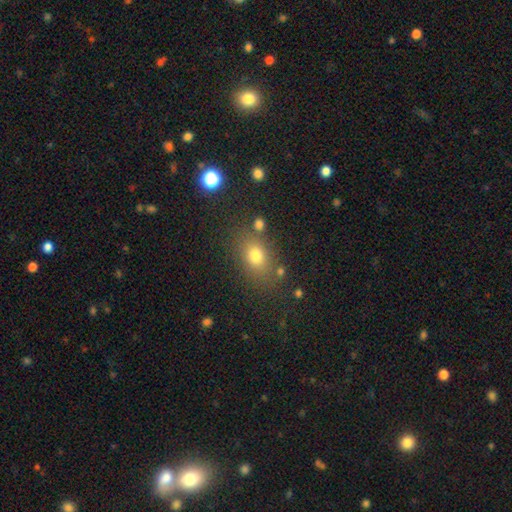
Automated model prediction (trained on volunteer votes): smooth-or-featured: smooth: 74% | star or artifact: 15% | featured or disk: 10%
  how-rounded: in between: 66% | round: 32% | cigar-shaped: 2%
  merging: none: 76% | minor disturbance: 13% | merger: 6% | major disturbance: 5%